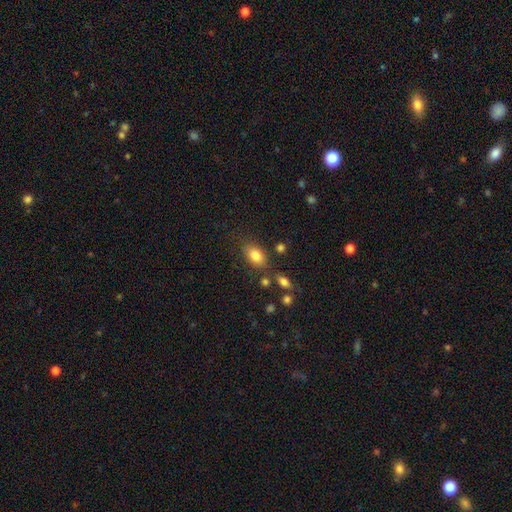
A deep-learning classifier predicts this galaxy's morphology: Smooth or featured: smooth — 82% (featured or disk — 10%)
How rounded: in between — 84% (round — 14%)
Merging: none — 74% (minor disturbance — 15%)